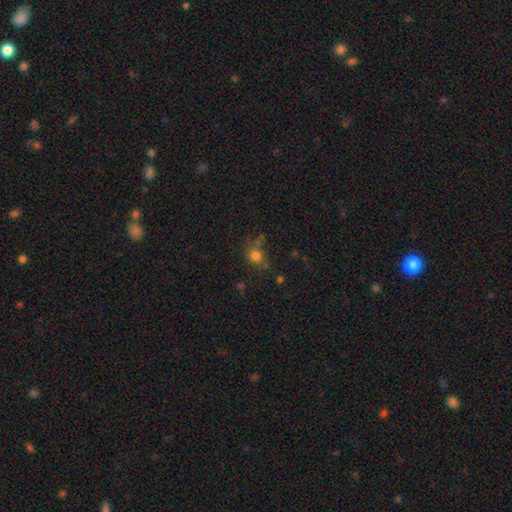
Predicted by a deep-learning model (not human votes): Smooth or featured?
  - smooth: 74% *
  - star or artifact: 18%
  - featured or disk: 9%
How rounded?
  - round: 78% *
  - in between: 21%
  - cigar-shaped: 1%
Merging?
  - none: 61% *
  - minor disturbance: 17%
  - merger: 12%
  - major disturbance: 9%